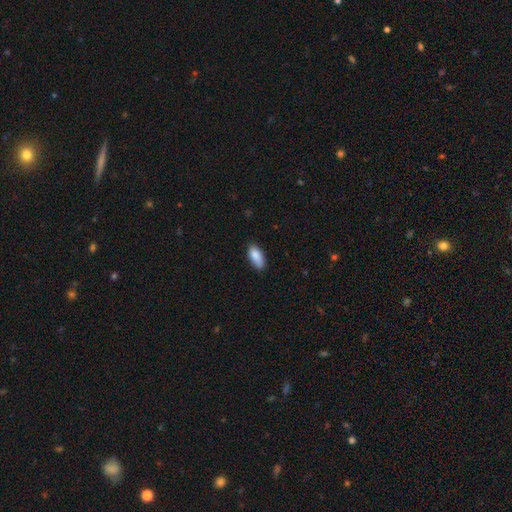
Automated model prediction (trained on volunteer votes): Smooth or featured: smooth — 88% (star or artifact — 6%)
How rounded: in between — 88% (cigar-shaped — 10%)
Merging: none — 80% (minor disturbance — 16%)